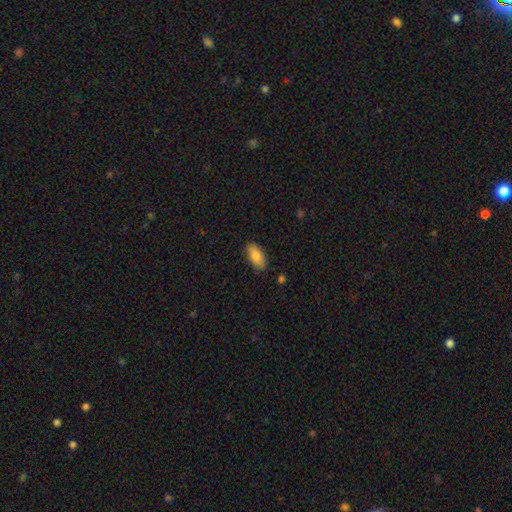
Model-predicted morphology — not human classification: type=smooth (83%); roundness=in between (90%); merging=none (84%).